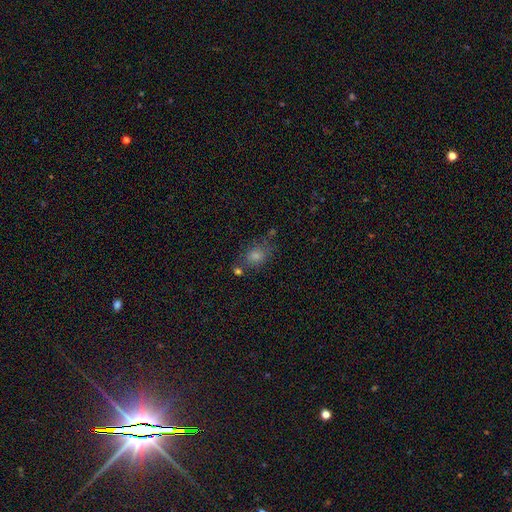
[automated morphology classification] The model was most divided on "how rounded": in between: 61%, round: 37%, cigar-shaped: 2%. More confident: smooth or featured — smooth (75%); merging — none (61%).